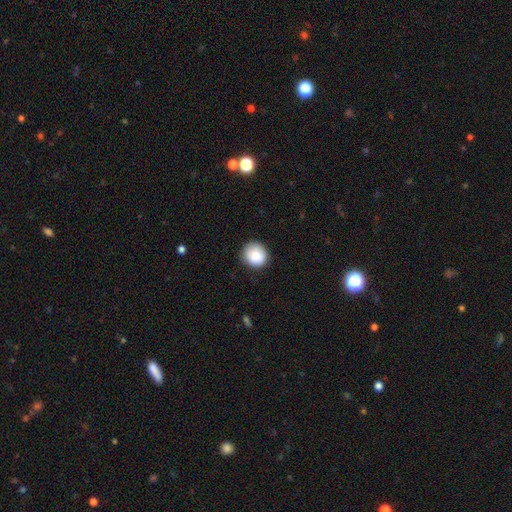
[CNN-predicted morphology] This appears to be a smooth galaxy with no disk features (87%) that is round (91%). Merging: none (86%).